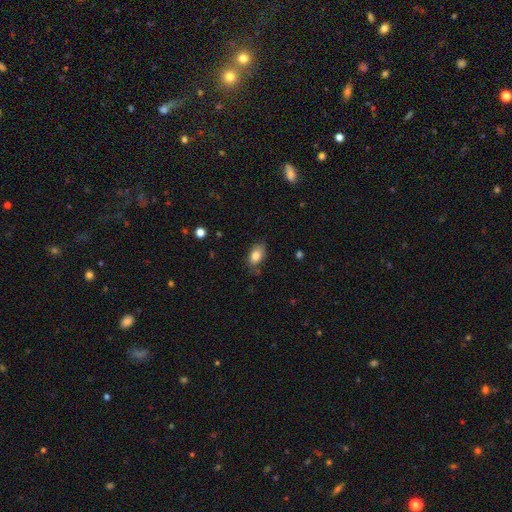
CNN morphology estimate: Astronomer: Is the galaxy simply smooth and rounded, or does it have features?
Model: smooth — 82%.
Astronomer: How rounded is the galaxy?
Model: in between — 89%.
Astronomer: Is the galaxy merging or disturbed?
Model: none — 70%.